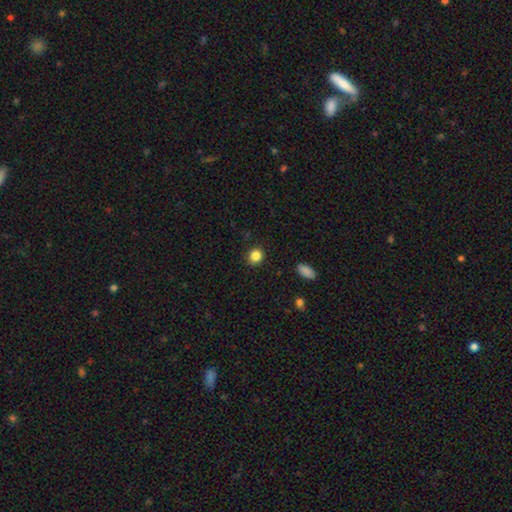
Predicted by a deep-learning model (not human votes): A smooth galaxy with no disk features (85%) that is round (81%).

Vote fractions:
- Smooth or featured? smooth: 85% / star or artifact: 11% / featured or disk: 4%
- How rounded? round: 81% / in between: 18% / cigar-shaped: 1%
- Merging? none: 90% / minor disturbance: 7% / major disturbance: 2% / merger: 1%